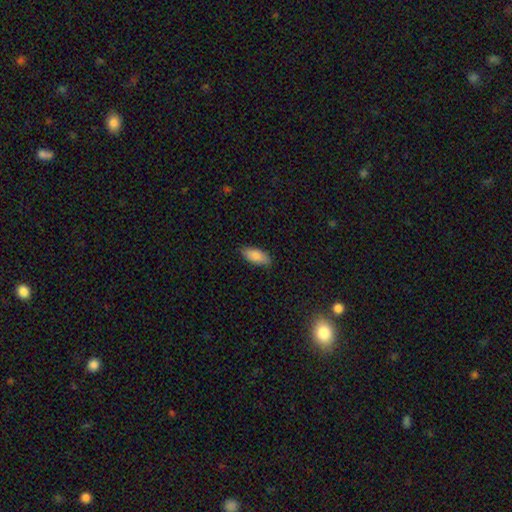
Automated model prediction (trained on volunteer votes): Smooth or featured: smooth — 87% (featured or disk — 6%)
How rounded: in between — 86% (cigar-shaped — 12%)
Merging: none — 84% (minor disturbance — 12%)